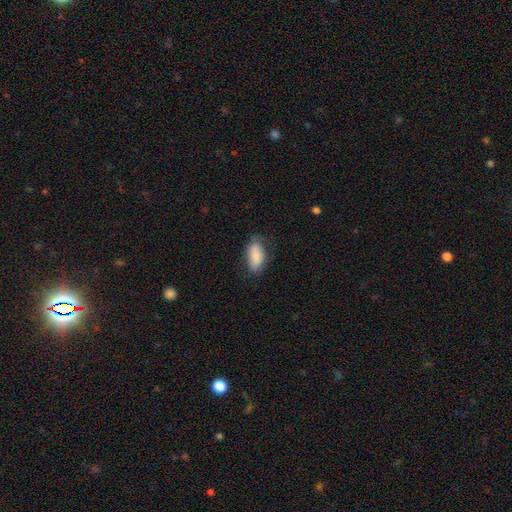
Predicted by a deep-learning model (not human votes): Q: Smooth or featured?
A: smooth (82%); runner-up: featured or disk (11%)
Q: How rounded?
A: in between (90%); runner-up: cigar-shaped (7%)
Q: Merging?
A: none (71%); runner-up: minor disturbance (22%)